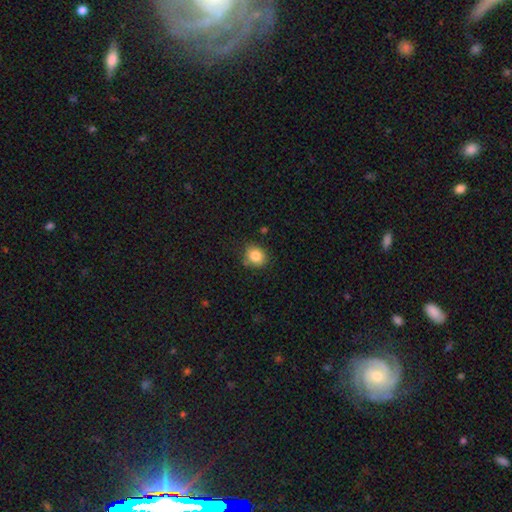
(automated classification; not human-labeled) smooth 85%, star or artifact 10%, featured or disk 6%. Down the decision tree: how rounded — round (65%); merging — none (79%).